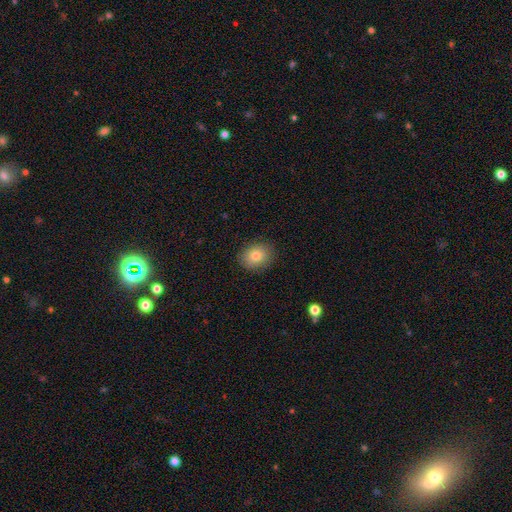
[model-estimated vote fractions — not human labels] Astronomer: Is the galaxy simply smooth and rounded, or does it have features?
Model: smooth — 81%.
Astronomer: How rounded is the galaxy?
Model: round — 54% (runner-up: in between, 45%).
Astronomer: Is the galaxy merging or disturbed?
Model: none — 88%.